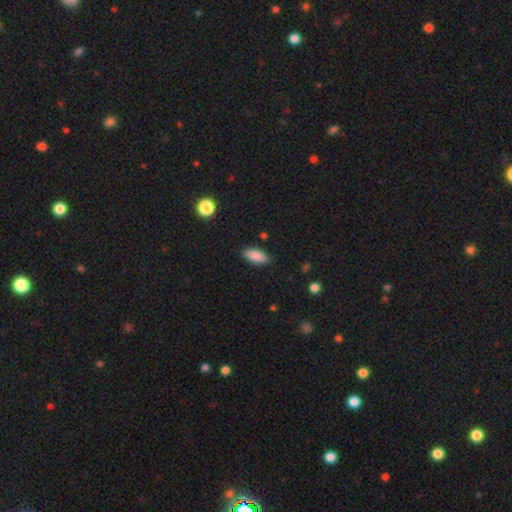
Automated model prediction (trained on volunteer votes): The model was most divided on "how rounded": in between: 84%, cigar-shaped: 14%, round: 2%. More confident: smooth or featured — smooth (88%); merging — none (87%).